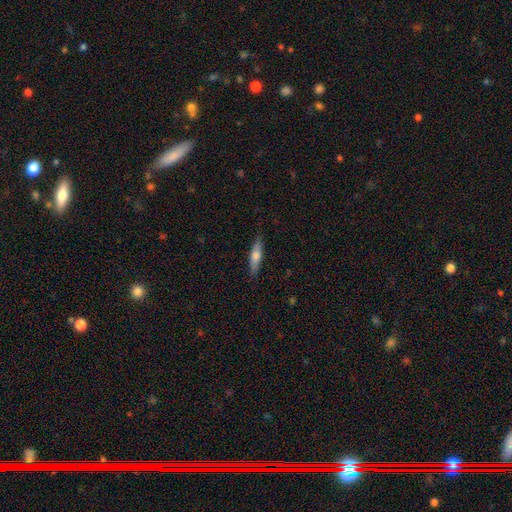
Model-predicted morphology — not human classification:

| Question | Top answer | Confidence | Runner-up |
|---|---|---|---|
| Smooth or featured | smooth | 58% | featured or disk (36%) |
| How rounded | cigar-shaped | 75% | in between (23%) |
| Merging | none | 86% | minor disturbance (11%) |